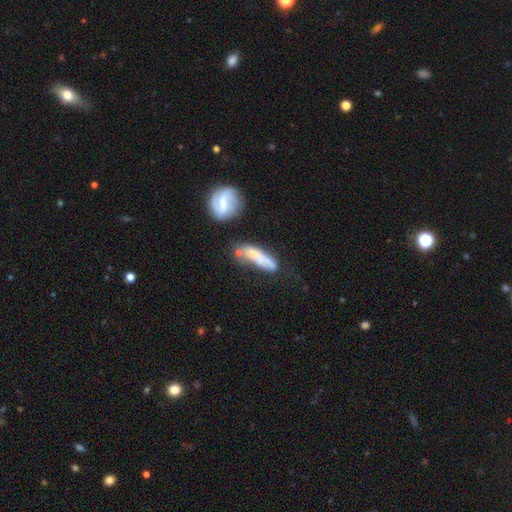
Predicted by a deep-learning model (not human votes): smooth_or_featured: smooth (p=0.56) [alt: featured or disk p=0.36]
how_rounded: cigar-shaped (p=0.68) [alt: in between p=0.28]
merging: none (p=0.39) [alt: minor disturbance p=0.25]